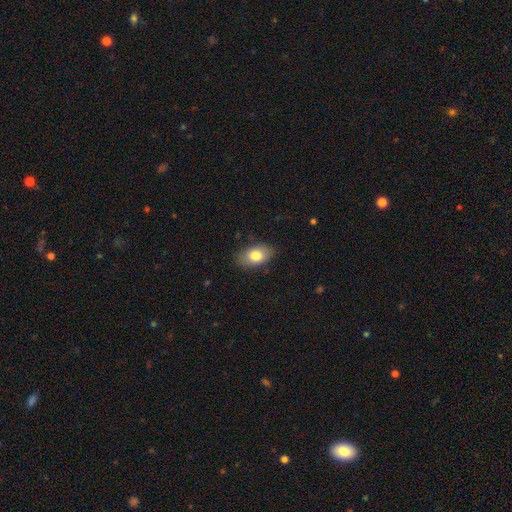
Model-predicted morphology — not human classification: Smooth or featured: smooth — 79% (featured or disk — 13%)
How rounded: in between — 88% (round — 10%)
Merging: none — 83% (minor disturbance — 13%)